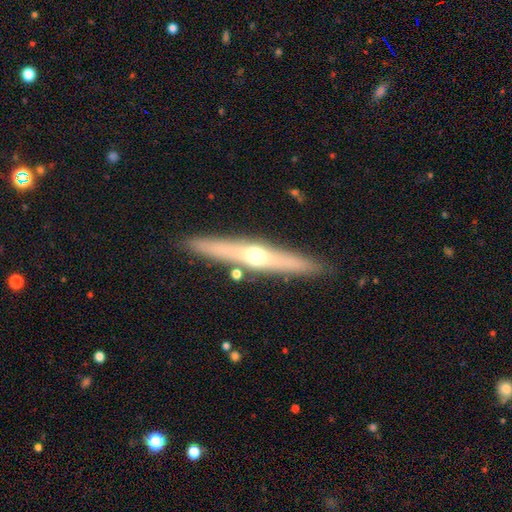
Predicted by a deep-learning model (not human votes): A featured or disk galaxy (59%) viewed edge-on (94%) with a rounded central bulge (89%).

Vote fractions:
- Smooth or featured? featured or disk: 59% / smooth: 35% / star or artifact: 6%
- Edge-on disk? yes: 94% / no: 6%
- Edge-on bulge? rounded: 89% / none: 8% / boxy: 3%
- Merging? none: 87% / minor disturbance: 8% / merger: 3% / major disturbance: 2%